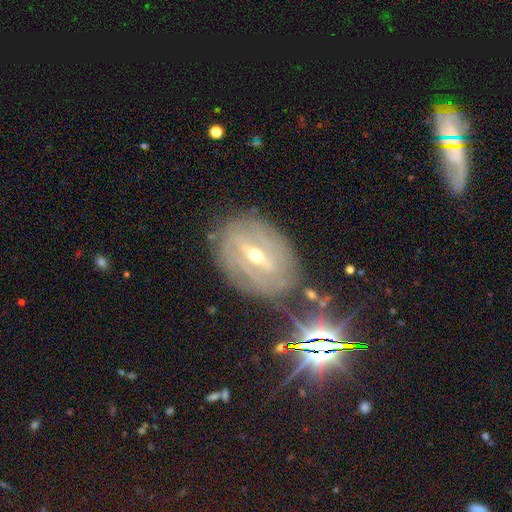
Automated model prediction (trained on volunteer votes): A featured or disk galaxy (77%) with a strong bar (57%), tight (73%) spiral arms (83%) and a moderate central bulge (52%).

Vote fractions:
- Smooth or featured? featured or disk: 77% / star or artifact: 14% / smooth: 9%
- Edge-on disk? no: 91% / yes: 9%
- Bar? strong: 57% / weak: 34% / no: 9%
- Spiral arms? yes: 83% / no: 17%
- Spiral winding? tight: 73% / medium: 21% / loose: 6%
- Spiral arm count? can't tell: 47% / 2: 25% / 3: 11% / 4: 8% / more than 4: 5% / 1: 4%
- Bulge size? moderate: 52% / small: 45% / large: 1% / none: 1% / dominant: 1%
- Merging? none: 78% / minor disturbance: 14% / major disturbance: 6% / merger: 2%